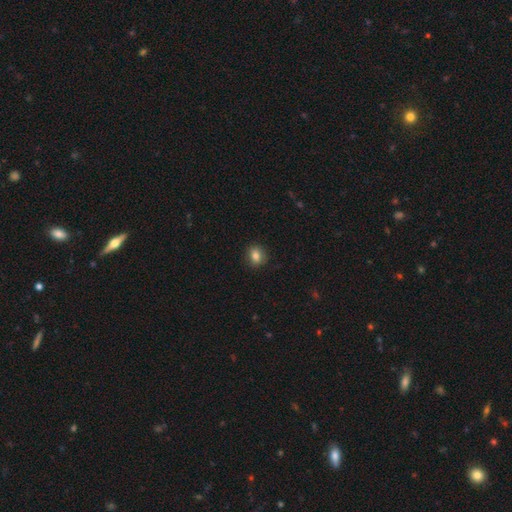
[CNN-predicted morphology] Smooth or featured?
  - smooth: 82% *
  - star or artifact: 11%
  - featured or disk: 7%
How rounded?
  - round: 66% *
  - in between: 33%
  - cigar-shaped: 1%
Merging?
  - none: 88% *
  - minor disturbance: 9%
  - major disturbance: 2%
  - merger: 1%